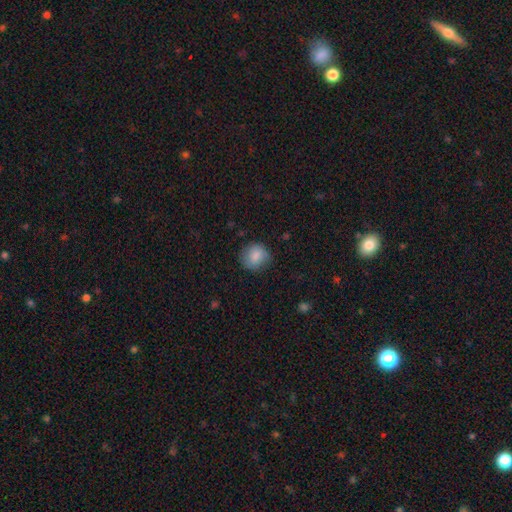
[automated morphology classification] type=smooth (85%); roundness=round (83%); merging=none (80%).